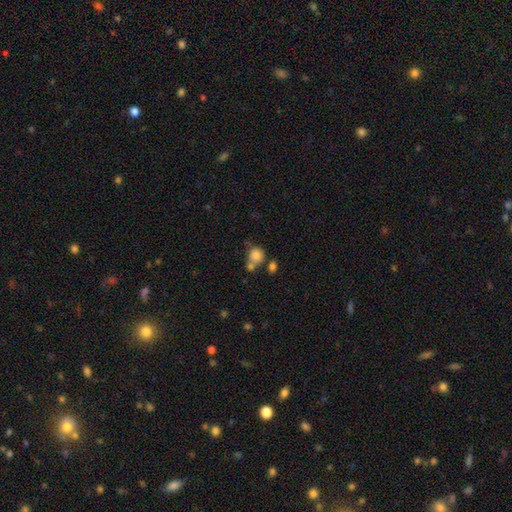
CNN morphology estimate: smooth_or_featured: smooth (p=0.82) [alt: star or artifact p=0.10]
how_rounded: round (p=0.82) [alt: in between p=0.17]
merging: none (p=0.47) [alt: merger p=0.32]